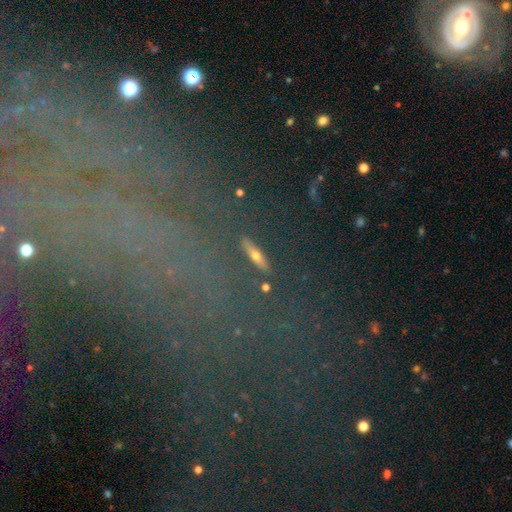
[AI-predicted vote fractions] A smooth galaxy with no disk features (44%). Merging: none (86%).